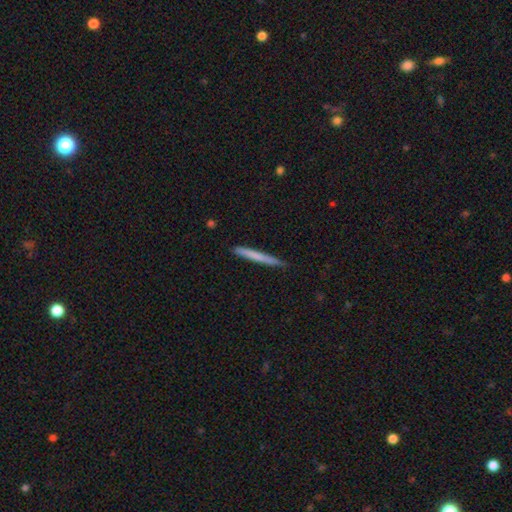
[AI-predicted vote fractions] The model was most divided on "smooth or featured": smooth: 66%, featured or disk: 29%, star or artifact: 5%. More confident: how rounded — cigar-shaped (97%); merging — none (89%).